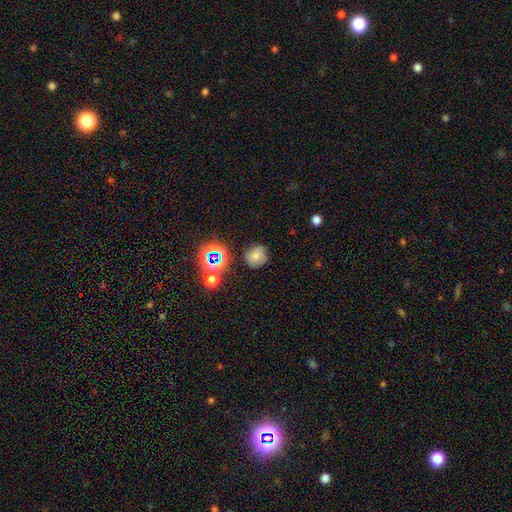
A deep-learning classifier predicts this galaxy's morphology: Smooth or featured?
  - smooth: 68% *
  - star or artifact: 19%
  - featured or disk: 13%
How rounded?
  - round: 81% *
  - in between: 18%
  - cigar-shaped: 1%
Merging?
  - none: 73% *
  - minor disturbance: 18%
  - major disturbance: 5%
  - merger: 4%